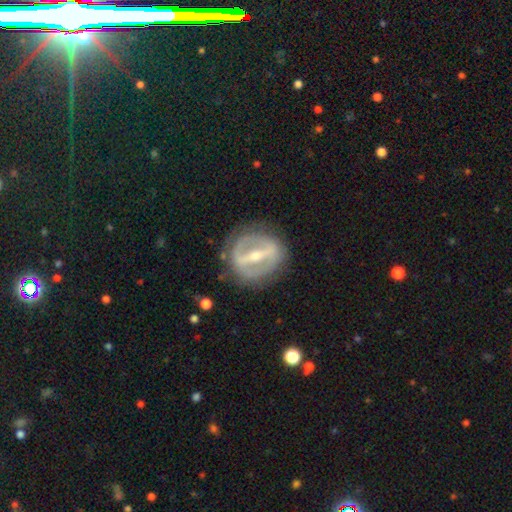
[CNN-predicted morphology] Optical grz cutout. It shows a featured or disk galaxy (82%) with a strong bar (84%), no spiral arms (69%) and a moderate central bulge (54%). Merging: none (82%).